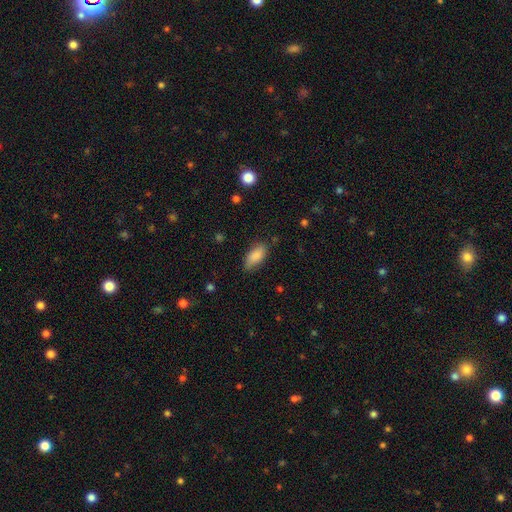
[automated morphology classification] Overall: smooth (87%). How rounded: in between (88%). Merging: none (78%).